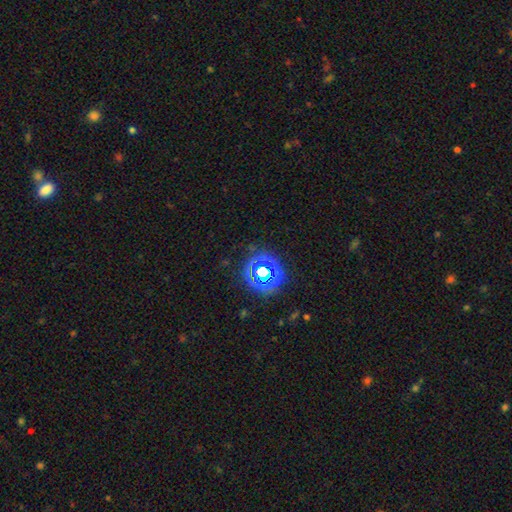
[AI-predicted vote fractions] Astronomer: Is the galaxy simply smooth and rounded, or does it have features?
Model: star or artifact — 58% (runner-up: smooth, 35%).